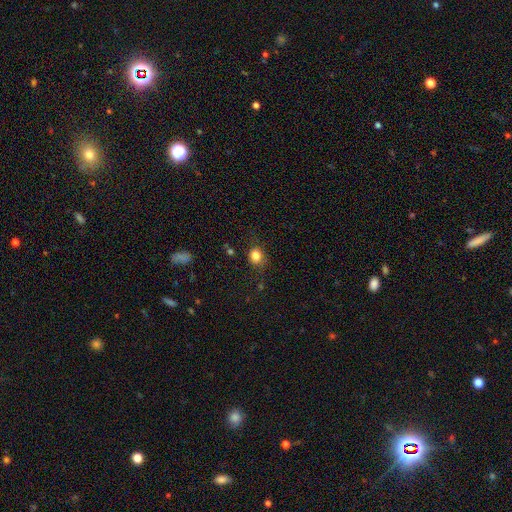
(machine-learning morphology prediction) Smooth or featured?
  - smooth: 82% *
  - star or artifact: 12%
  - featured or disk: 6%
How rounded?
  - round: 72% *
  - in between: 27%
  - cigar-shaped: 1%
Merging?
  - none: 77% *
  - minor disturbance: 16%
  - major disturbance: 5%
  - merger: 2%